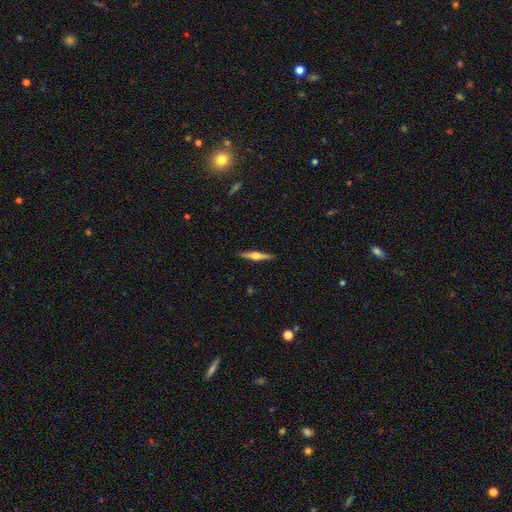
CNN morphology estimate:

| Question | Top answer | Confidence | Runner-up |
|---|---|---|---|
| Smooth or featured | featured or disk | 71% | smooth (23%) |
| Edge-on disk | yes | 98% | no (2%) |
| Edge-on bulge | rounded | 93% | boxy (4%) |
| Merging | none | 92% | minor disturbance (6%) |